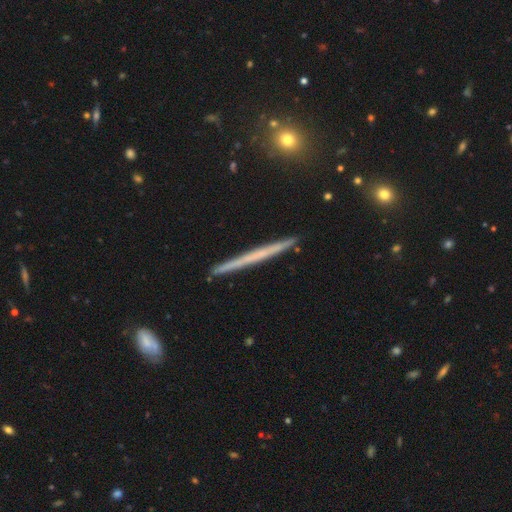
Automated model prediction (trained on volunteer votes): Smooth or featured?
  - featured or disk: 57% *
  - smooth: 36%
  - star or artifact: 6%
Edge-on disk?
  - yes: 98% *
  - no: 2%
Edge-on bulge?
  - none: 88% *
  - rounded: 9%
  - boxy: 3%
Merging?
  - none: 91% *
  - minor disturbance: 6%
  - merger: 1%
  - major disturbance: 1%